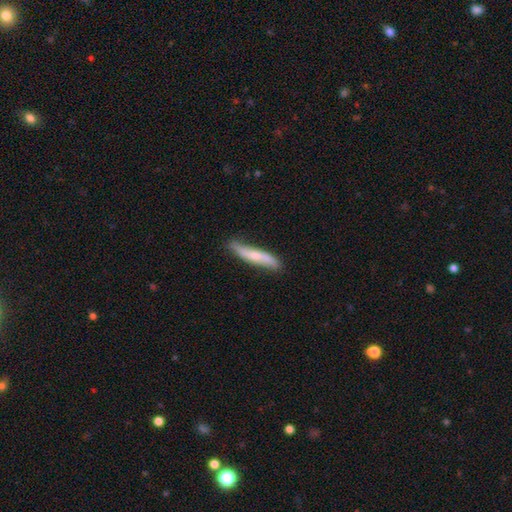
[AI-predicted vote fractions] This appears to be a featured or disk galaxy (54%) viewed edge-on (55%). Merging: none (77%).